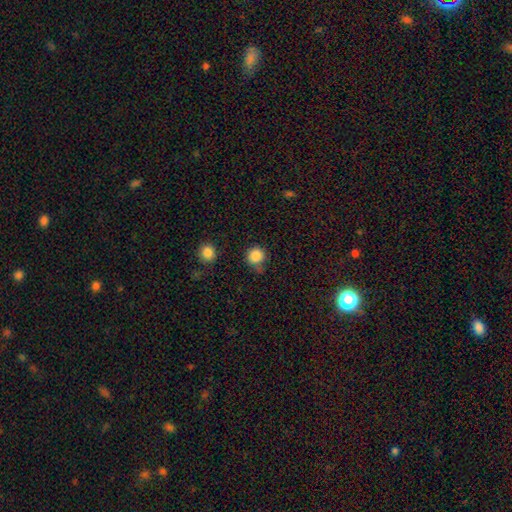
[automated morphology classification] smooth-or-featured: smooth: 85% | star or artifact: 11% | featured or disk: 4%
  how-rounded: round: 92% | in between: 7% | cigar-shaped: 1%
  merging: none: 66% | minor disturbance: 22% | major disturbance: 6% | merger: 6%